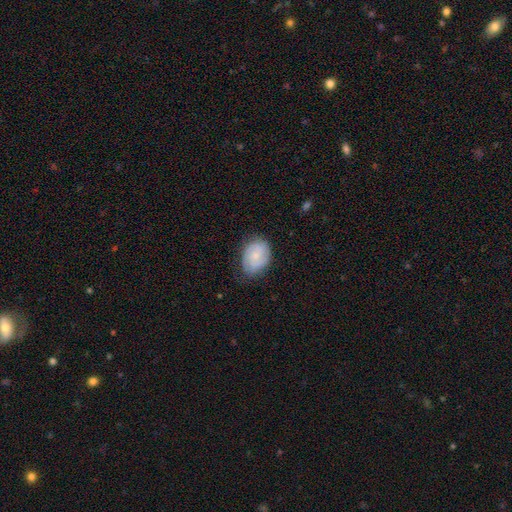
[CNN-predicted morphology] A featured or disk galaxy (58%) with no bar (65%), 2 (49%) tight (57%) spiral arms (91%) and a small central bulge (60%). Merging: none (71%).